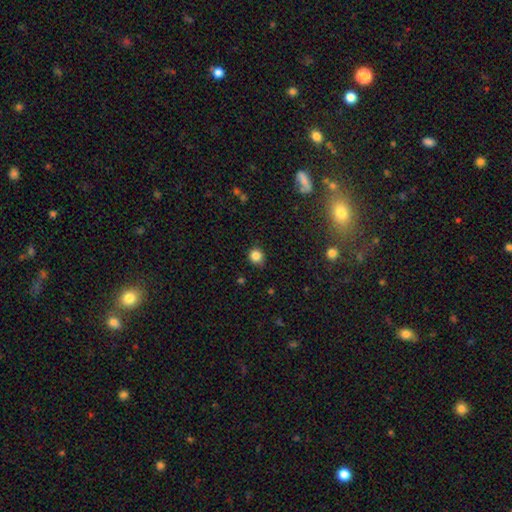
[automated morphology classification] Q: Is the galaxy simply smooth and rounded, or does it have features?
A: smooth — 84%.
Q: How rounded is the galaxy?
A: round — 84%.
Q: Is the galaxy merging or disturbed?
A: none — 81%.